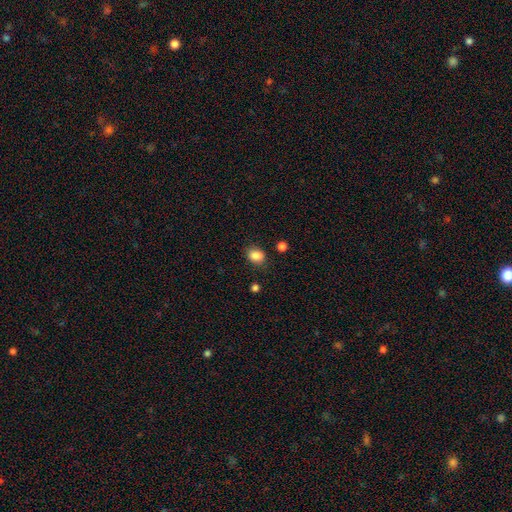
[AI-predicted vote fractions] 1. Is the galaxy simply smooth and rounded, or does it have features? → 86% smooth, 10% star or artifact, 4% featured or disk.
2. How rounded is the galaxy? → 56% in between, 43% round, 1% cigar-shaped.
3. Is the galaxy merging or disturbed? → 80% none, 13% minor disturbance, 4% major disturbance, 3% merger.